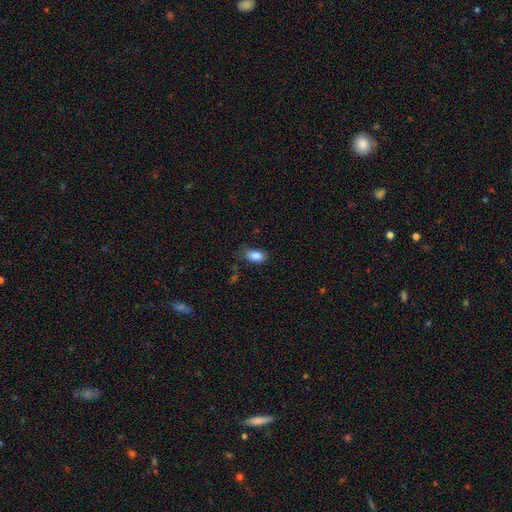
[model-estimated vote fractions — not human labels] Morphology: type=smooth (87%); roundness=in between (91%); merging=none (75%).